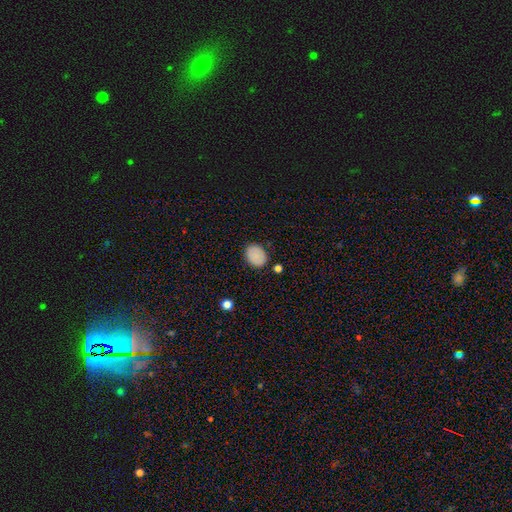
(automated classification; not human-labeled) Smooth or featured? smooth (86%)
How rounded? in between (63%)
Merging? none (84%)